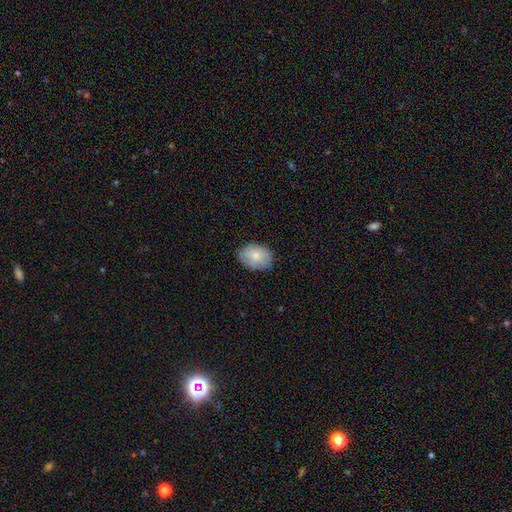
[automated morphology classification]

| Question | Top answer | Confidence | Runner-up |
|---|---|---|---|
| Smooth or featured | smooth | 79% | featured or disk (15%) |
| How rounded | in between | 73% | round (26%) |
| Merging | none | 77% | minor disturbance (19%) |